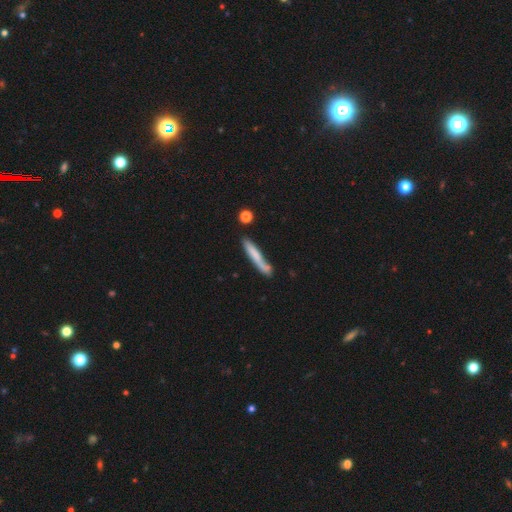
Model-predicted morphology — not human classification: Smooth or featured? smooth (65%)
How rounded? cigar-shaped (93%)
Merging? none (61%)